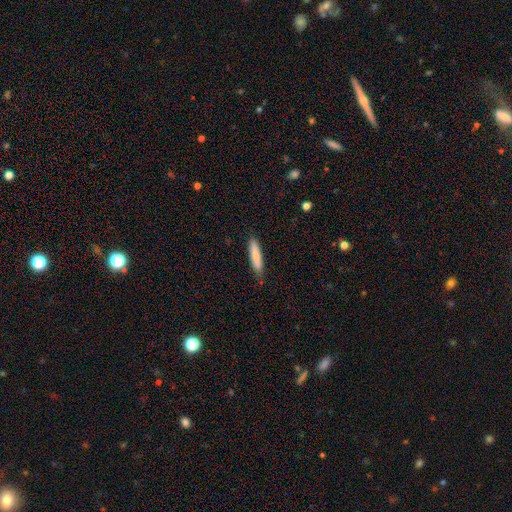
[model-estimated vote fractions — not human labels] A smooth galaxy with no disk features (81%) that is cigar-shaped (87%). Merging: none (83%).